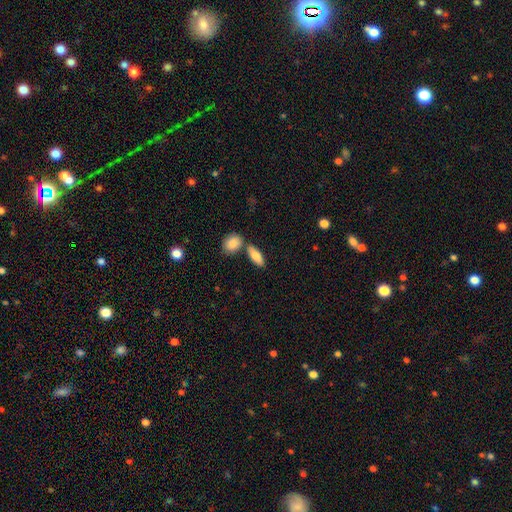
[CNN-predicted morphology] Overall: smooth (78%). How rounded: in between (76%). Merging: none (64%).